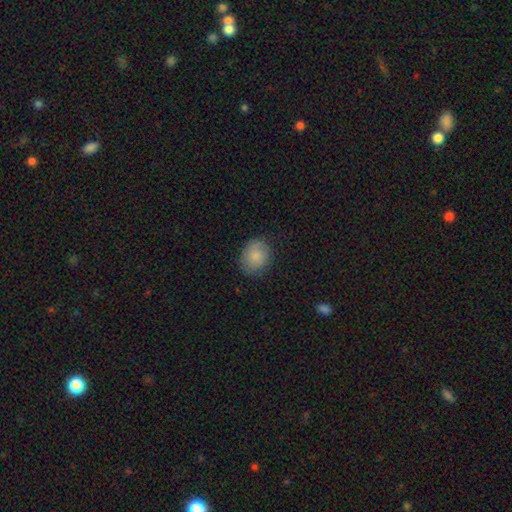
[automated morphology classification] This is clearly a smooth galaxy (85%). How rounded: likely round (62%). Merging: clearly none (81%).